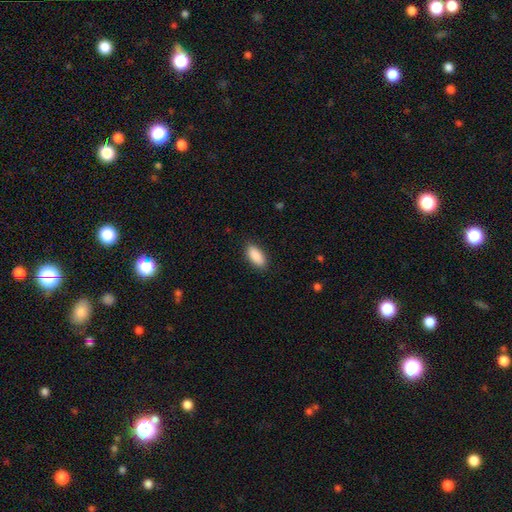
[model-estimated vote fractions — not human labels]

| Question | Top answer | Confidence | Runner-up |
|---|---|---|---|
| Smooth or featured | smooth | 90% | star or artifact (6%) |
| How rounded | in between | 89% | cigar-shaped (9%) |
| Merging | none | 88% | minor disturbance (9%) |